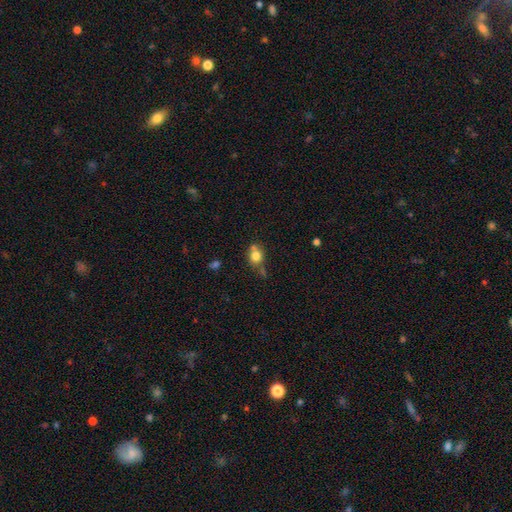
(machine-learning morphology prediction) This is likely a smooth galaxy (76%). How rounded: likely round (72%). Merging: possibly none (52%).